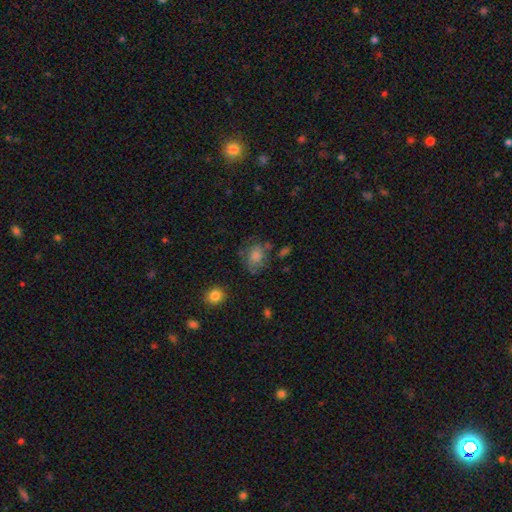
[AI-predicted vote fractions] The model was most divided on "how rounded": round: 50%, in between: 49%, cigar-shaped: 1%. More confident: smooth or featured — smooth (67%); merging — none (63%).